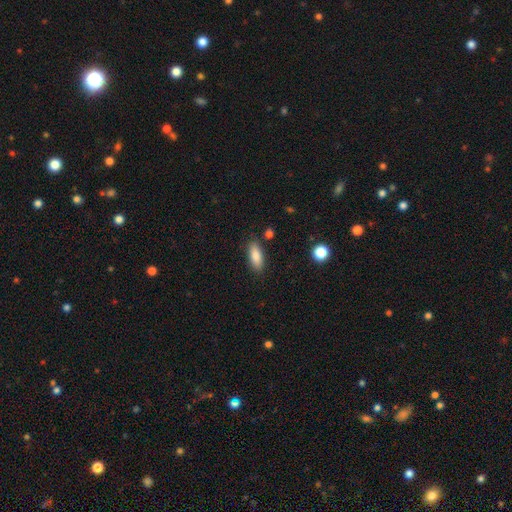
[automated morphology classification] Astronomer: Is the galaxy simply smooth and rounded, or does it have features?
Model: smooth — 85%.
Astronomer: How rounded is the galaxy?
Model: in between — 76%.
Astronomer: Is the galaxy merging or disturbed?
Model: none — 84%.